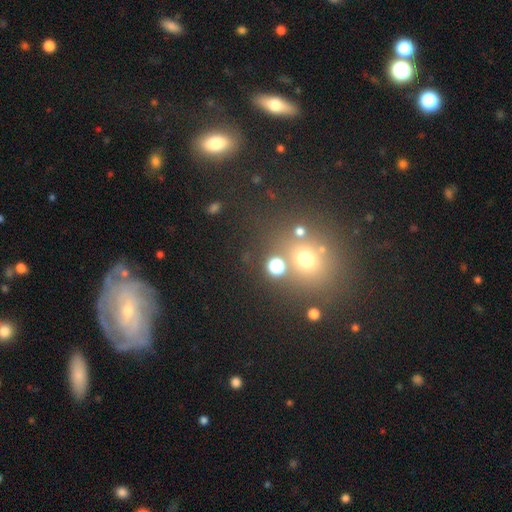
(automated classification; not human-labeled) A star or artifact, not a galaxy (39%).

Vote fractions:
- Smooth or featured? star or artifact: 39% / smooth: 34% / featured or disk: 27%